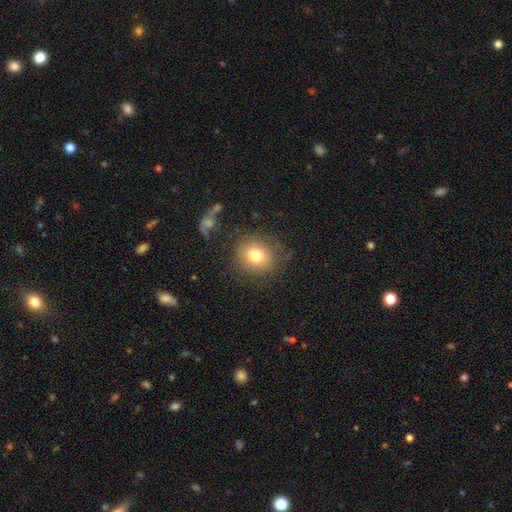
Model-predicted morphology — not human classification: A smooth galaxy with no disk features (77%) that is round (83%). Merging: none (77%).